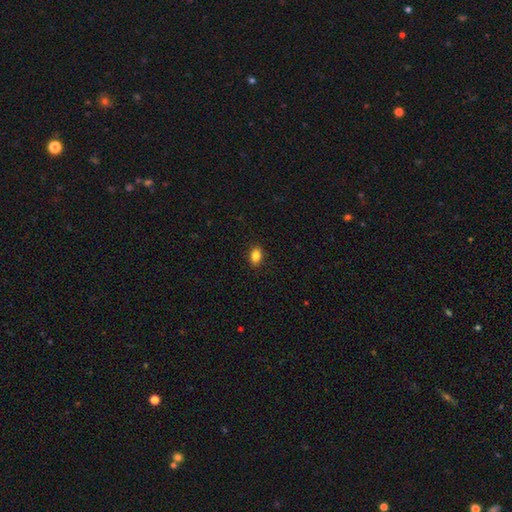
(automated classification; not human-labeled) Smooth or featured?
  - smooth: 86% *
  - star or artifact: 10%
  - featured or disk: 5%
How rounded?
  - in between: 78% *
  - round: 20%
  - cigar-shaped: 2%
Merging?
  - none: 90% *
  - minor disturbance: 7%
  - major disturbance: 2%
  - merger: 1%